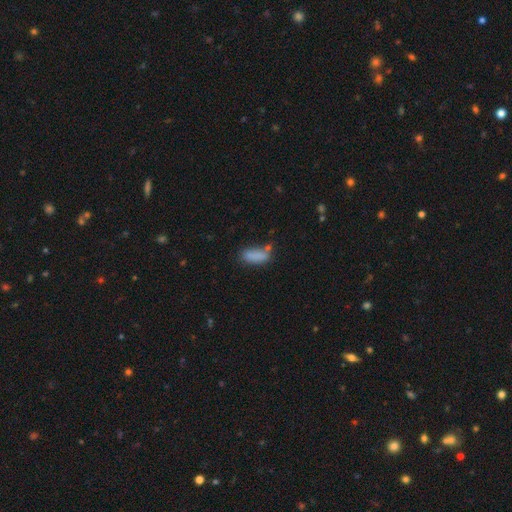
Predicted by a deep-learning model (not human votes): Smooth or featured: smooth — 84% (star or artifact — 9%)
How rounded: in between — 76% (cigar-shaped — 22%)
Merging: none — 57% (minor disturbance — 24%)